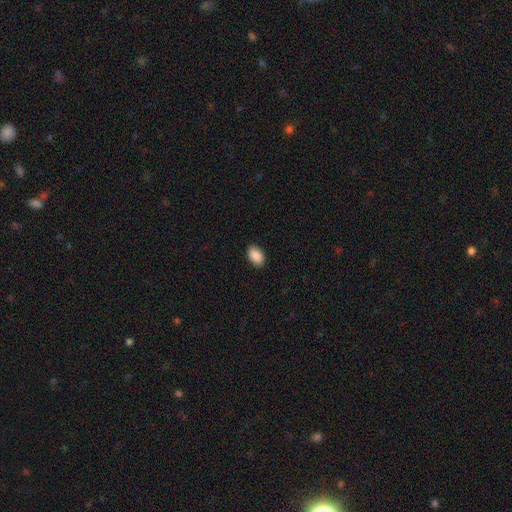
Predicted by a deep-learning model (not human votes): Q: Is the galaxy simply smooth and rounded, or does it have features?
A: smooth — 90%.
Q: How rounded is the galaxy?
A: in between — 91%.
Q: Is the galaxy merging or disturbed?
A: none — 88%.